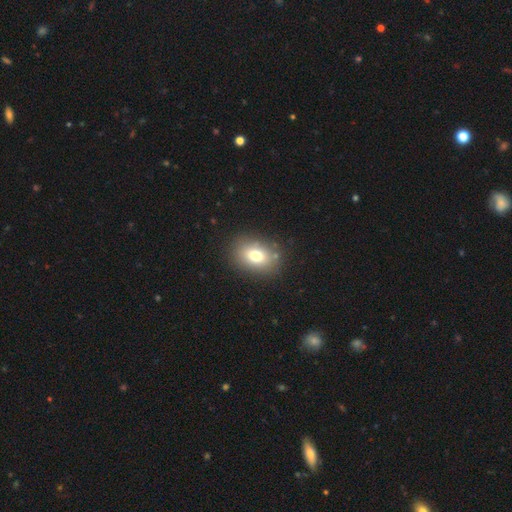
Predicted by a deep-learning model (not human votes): Smooth or featured?
  - smooth: 75% *
  - featured or disk: 13%
  - star or artifact: 11%
How rounded?
  - in between: 71% *
  - round: 27%
  - cigar-shaped: 1%
Merging?
  - none: 83% *
  - minor disturbance: 10%
  - major disturbance: 4%
  - merger: 2%